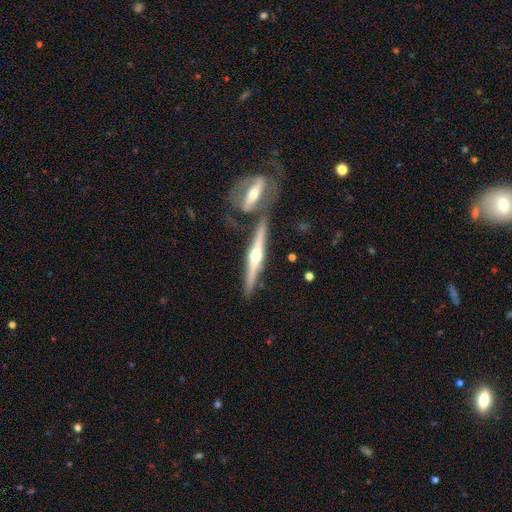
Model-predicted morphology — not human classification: smooth-or-featured: featured or disk: 80% | smooth: 15% | star or artifact: 5%
  disk-edge-on: yes: 97% | no: 3%
    edge-on-bulge: rounded: 94% | boxy: 3% | none: 3%
  merging: none: 75% | merger: 12% | minor disturbance: 10% | major disturbance: 3%